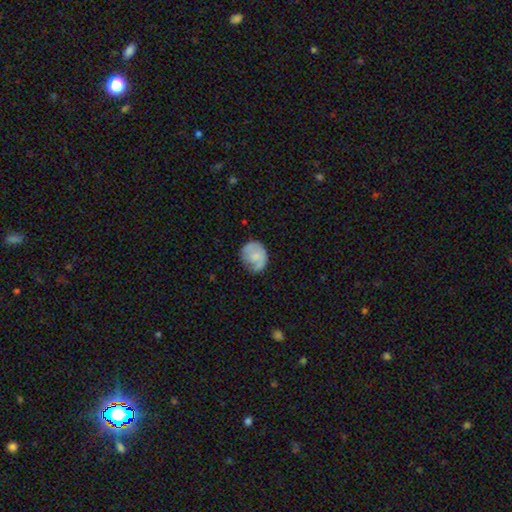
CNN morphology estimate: The model was most divided on "smooth or featured": smooth: 58%, featured or disk: 35%, star or artifact: 7%. More confident: how rounded — round (71%); merging — none (57%).